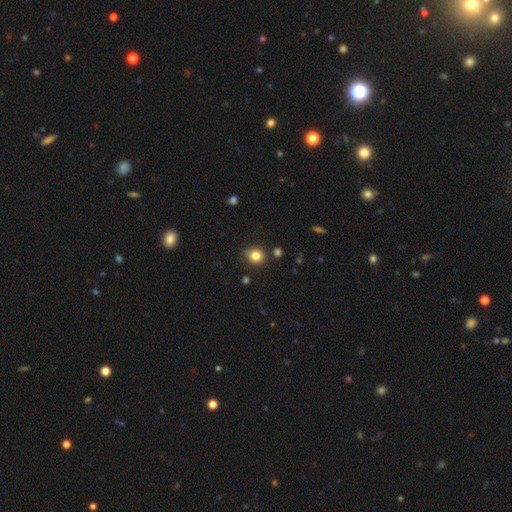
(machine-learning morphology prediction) The model was most divided on "merging": none: 77%, minor disturbance: 15%, merger: 5%, major disturbance: 3%. More confident: how rounded — round (84%); smooth or featured — smooth (82%).